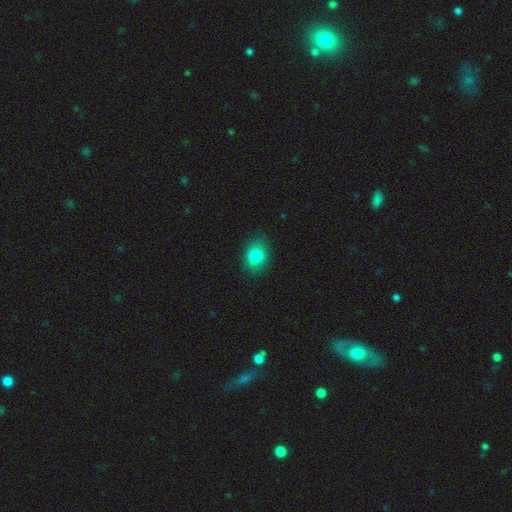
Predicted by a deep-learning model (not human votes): Smooth or featured? smooth (82%)
How rounded? in between (66%)
Merging? none (84%)